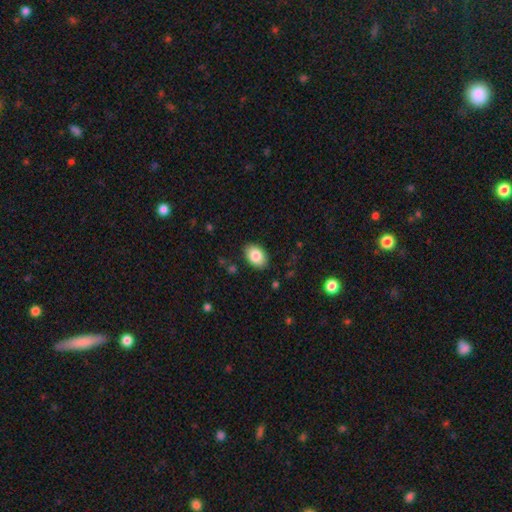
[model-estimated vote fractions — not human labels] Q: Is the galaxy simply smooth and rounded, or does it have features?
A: smooth — 85%.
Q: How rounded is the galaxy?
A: in between — 83%.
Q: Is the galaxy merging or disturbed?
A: none — 87%.